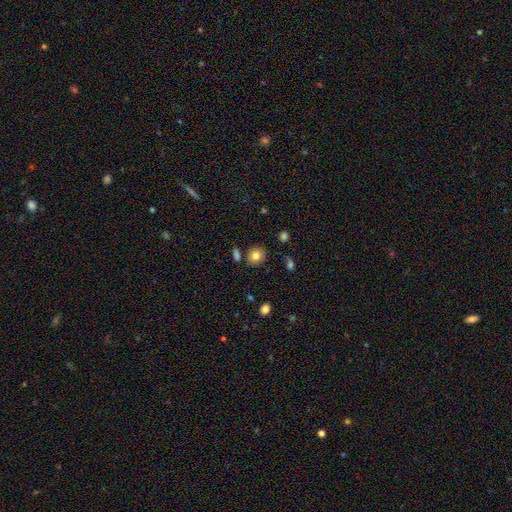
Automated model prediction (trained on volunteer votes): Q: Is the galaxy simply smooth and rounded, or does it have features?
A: smooth — 80%.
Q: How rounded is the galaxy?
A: round — 73%.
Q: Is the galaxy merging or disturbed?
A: none — 81%.